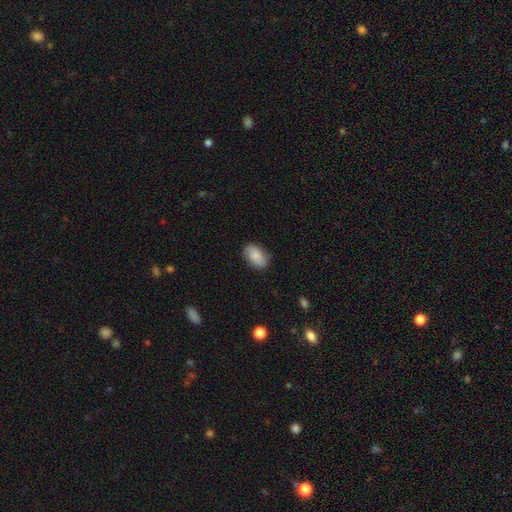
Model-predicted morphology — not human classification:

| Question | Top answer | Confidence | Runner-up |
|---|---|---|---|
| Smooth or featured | smooth | 83% | featured or disk (10%) |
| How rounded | in between | 92% | round (6%) |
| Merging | none | 83% | minor disturbance (13%) |